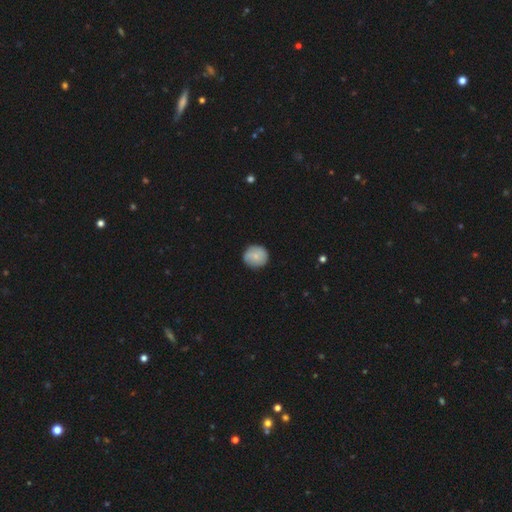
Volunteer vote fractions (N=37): A smooth galaxy with no disk features (76%) that is round (89%). Merging: none (86%).